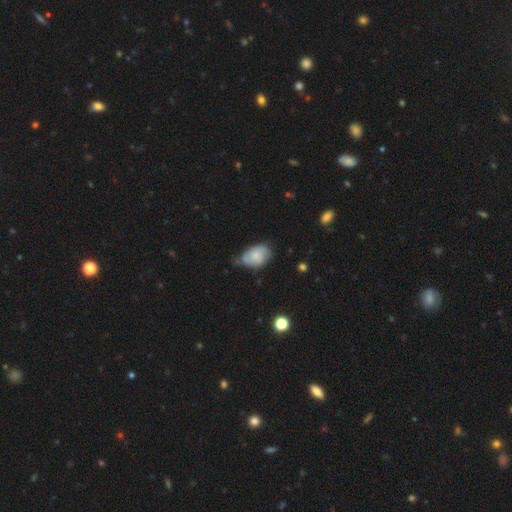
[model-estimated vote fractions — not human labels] The model was most divided on "merging": minor disturbance: 42%, none: 39%, major disturbance: 12%, merger: 8%. More confident: how rounded — in between (82%); smooth or featured — smooth (69%).